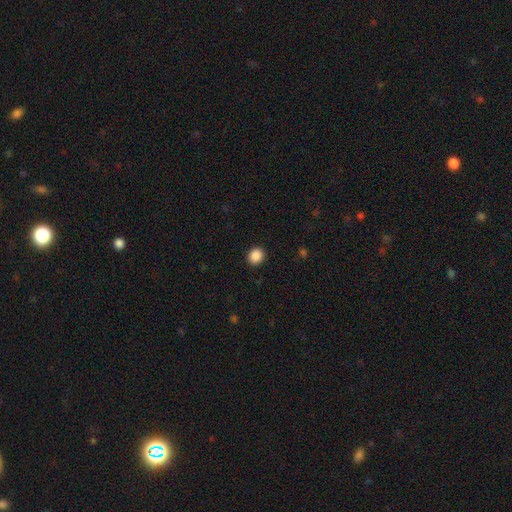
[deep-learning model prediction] Smooth or featured: smooth — 88% (star or artifact — 9%)
How rounded: round — 74% (in between — 25%)
Merging: none — 92% (minor disturbance — 6%)